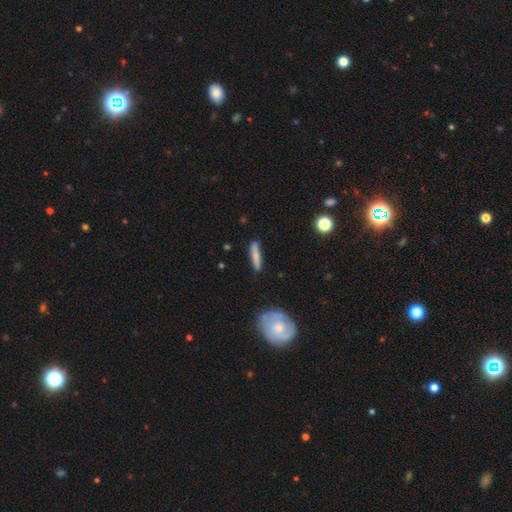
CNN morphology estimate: smooth-or-featured: smooth: 72% | featured or disk: 21% | star or artifact: 7%
  how-rounded: cigar-shaped: 88% | in between: 10% | round: 2%
  merging: none: 81% | minor disturbance: 13% | major disturbance: 3% | merger: 2%